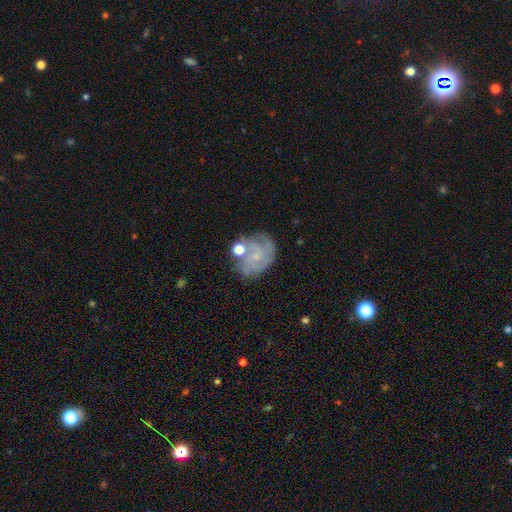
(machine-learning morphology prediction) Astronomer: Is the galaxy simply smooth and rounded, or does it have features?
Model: featured or disk — 70%.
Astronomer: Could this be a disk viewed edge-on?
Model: no — 98%.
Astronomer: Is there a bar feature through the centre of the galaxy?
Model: no — 72%.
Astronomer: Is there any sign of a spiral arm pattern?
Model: yes — 88%.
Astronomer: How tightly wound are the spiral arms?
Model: tight — 56% (runner-up: medium, 33%).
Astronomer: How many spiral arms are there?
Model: can't tell — 35% (runner-up: 3, 24%).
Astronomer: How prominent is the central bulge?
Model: small — 71%.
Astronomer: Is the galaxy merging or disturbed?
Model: none — 60%.